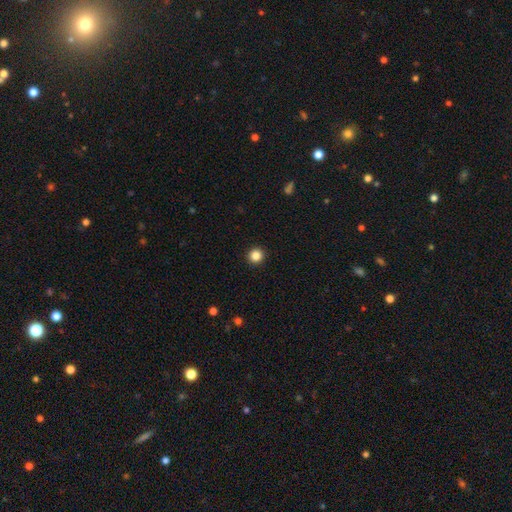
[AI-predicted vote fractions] This appears to be a smooth galaxy with no disk features (85%) that is round (95%). Merging: none (93%).